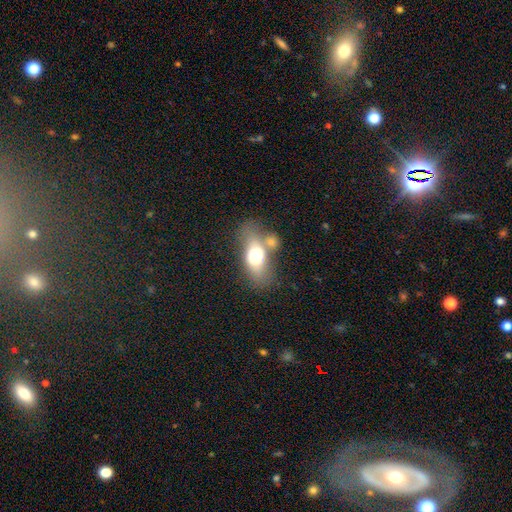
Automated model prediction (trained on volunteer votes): Overall: smooth (61%; featured or disk 31%). How rounded: in between (81%). Merging: none (39%; merger 32%).